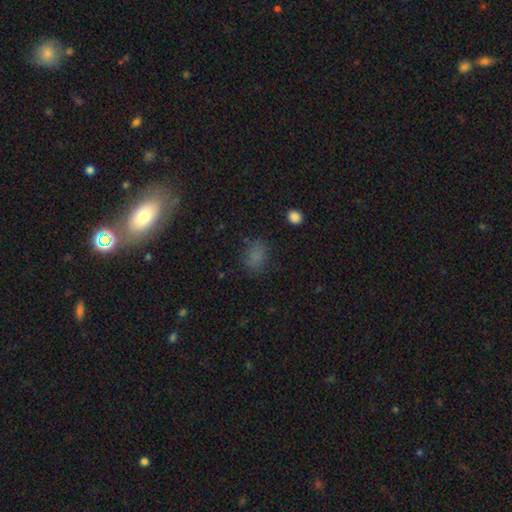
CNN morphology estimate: The model was most divided on "how rounded": in between: 65%, round: 33%, cigar-shaped: 2%. More confident: smooth or featured — smooth (72%); merging — none (72%).